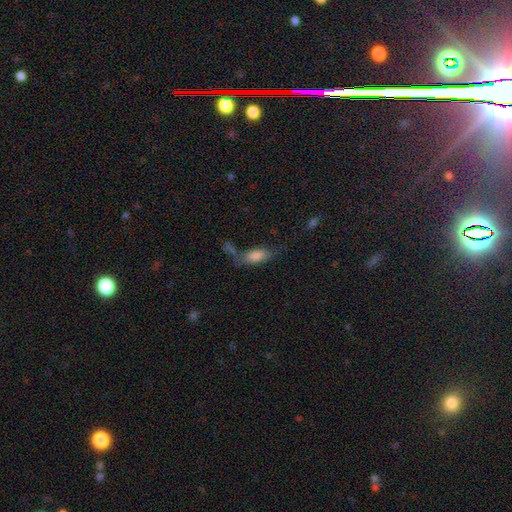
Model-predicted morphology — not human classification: smooth-or-featured: smooth: 76% | featured or disk: 14% | star or artifact: 10%
  how-rounded: in between: 81% | cigar-shaped: 16% | round: 4%
  merging: none: 43% | minor disturbance: 22% | merger: 21% | major disturbance: 14%